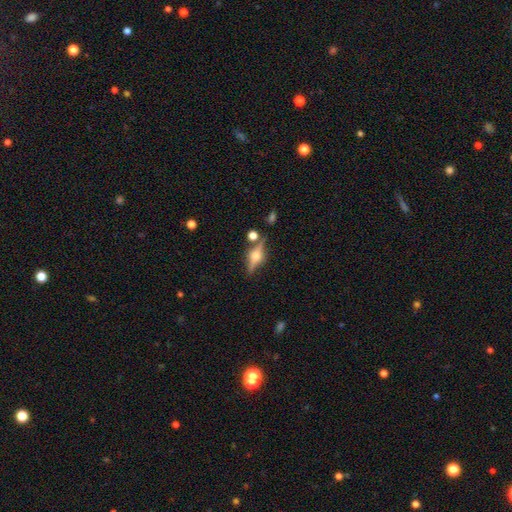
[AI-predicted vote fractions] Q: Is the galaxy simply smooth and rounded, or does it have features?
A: featured or disk — 73%.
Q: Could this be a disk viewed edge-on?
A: yes — 95%.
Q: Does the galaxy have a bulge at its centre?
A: rounded — 94%.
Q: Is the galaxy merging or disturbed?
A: none — 80%.